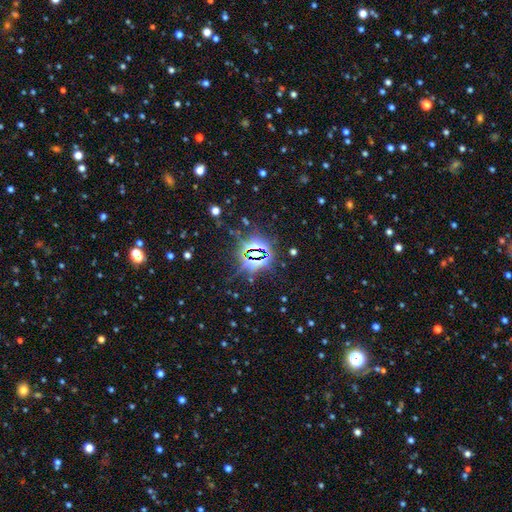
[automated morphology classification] smooth_or_featured: star or artifact (p=0.83) [alt: smooth p=0.09]